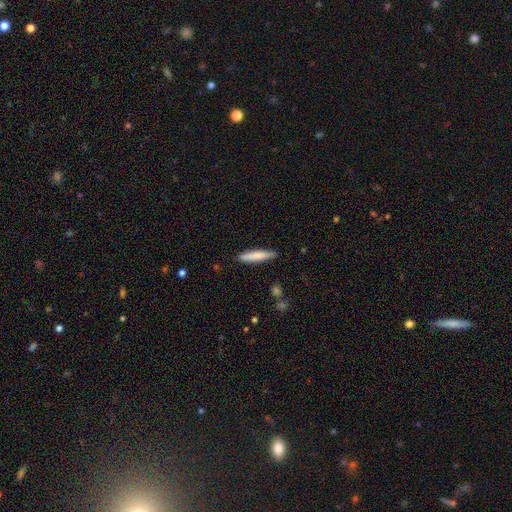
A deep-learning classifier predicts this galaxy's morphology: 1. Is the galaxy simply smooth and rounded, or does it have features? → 79% smooth, 15% featured or disk, 5% star or artifact.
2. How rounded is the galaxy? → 89% cigar-shaped, 9% in between, 1% round.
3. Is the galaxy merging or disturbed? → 87% none, 10% minor disturbance, 2% major disturbance, 1% merger.